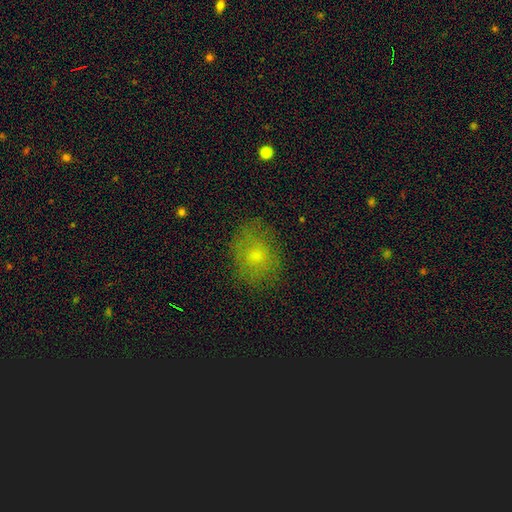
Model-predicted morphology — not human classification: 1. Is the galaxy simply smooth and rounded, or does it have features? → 67% smooth, 20% featured or disk, 13% star or artifact.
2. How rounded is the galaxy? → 52% round, 47% in between, 1% cigar-shaped.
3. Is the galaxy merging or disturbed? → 74% none, 18% minor disturbance, 7% major disturbance, 1% merger.